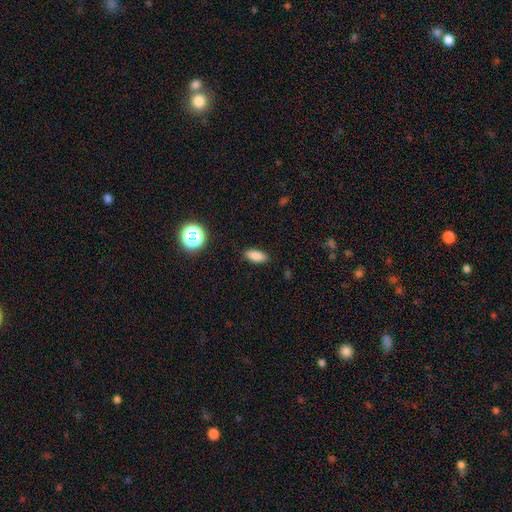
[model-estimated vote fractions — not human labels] The model was most divided on "how rounded": in between: 82%, cigar-shaped: 14%, round: 4%. More confident: merging — none (88%); smooth or featured — smooth (84%).